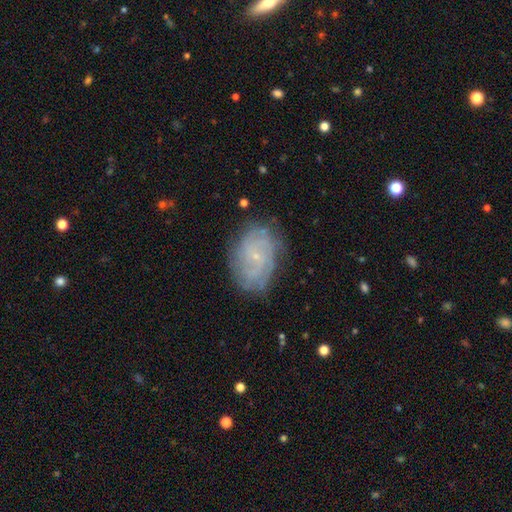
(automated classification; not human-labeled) Smooth or featured? Predicted: featured or disk (p=0.72). Edge-on disk? Predicted: no (p=0.97). Bar? Predicted: no (p=0.69). Spiral arms? Predicted: yes (p=0.93). Spiral winding? Predicted: tight (p=0.61). Spiral arm count? Predicted: can't tell (p=0.40). Bulge size? Predicted: small (p=0.84). Merging? Predicted: none (p=0.80).